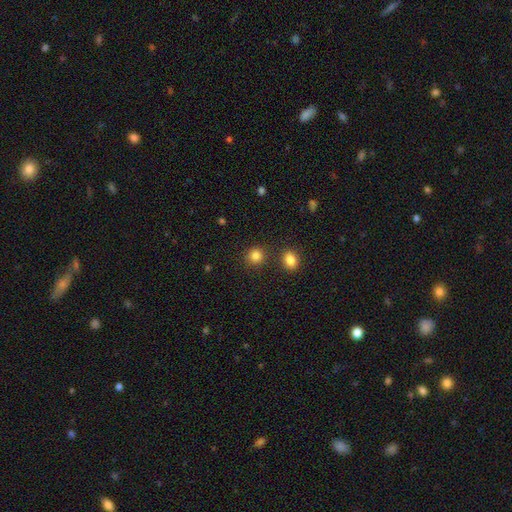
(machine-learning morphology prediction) A smooth galaxy with no disk features (84%) that is round (87%).

Vote fractions:
- Smooth or featured? smooth: 84% / star or artifact: 11% / featured or disk: 4%
- How rounded? round: 87% / in between: 12% / cigar-shaped: 1%
- Merging? none: 83% / minor disturbance: 7% / merger: 7% / major disturbance: 3%